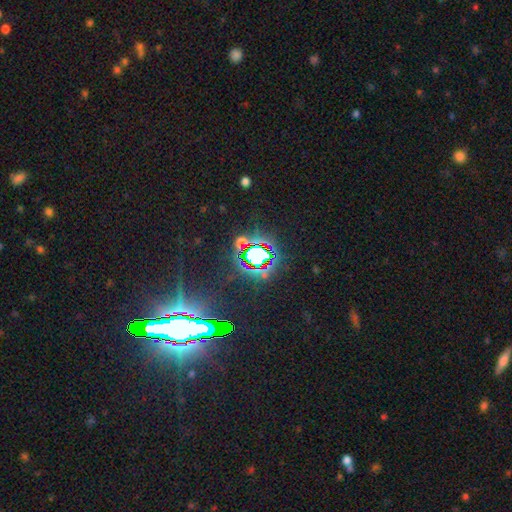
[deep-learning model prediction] A star or artifact, not a galaxy (71%).

Vote fractions:
- Smooth or featured? star or artifact: 71% / smooth: 19% / featured or disk: 10%